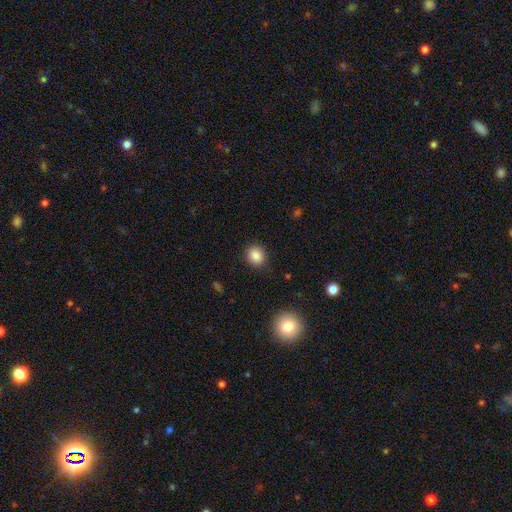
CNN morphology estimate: Q: Smooth or featured?
A: smooth (85%); runner-up: star or artifact (10%)
Q: How rounded?
A: round (74%); runner-up: in between (25%)
Q: Merging?
A: none (89%); runner-up: minor disturbance (7%)